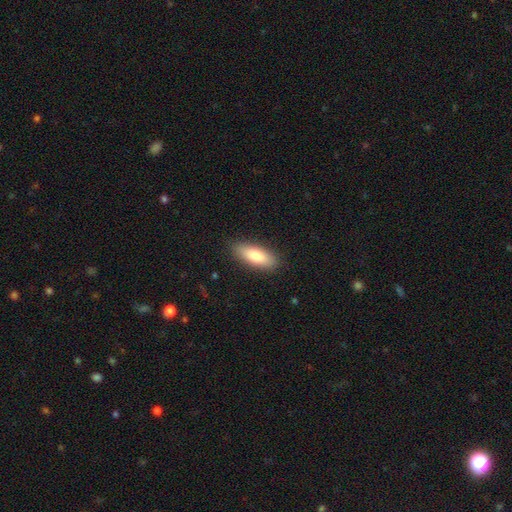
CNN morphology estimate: smooth_or_featured: smooth (p=0.80) [alt: featured or disk p=0.14]
how_rounded: in between (p=0.71) [alt: cigar-shaped p=0.27]
merging: none (p=0.87) [alt: minor disturbance p=0.09]